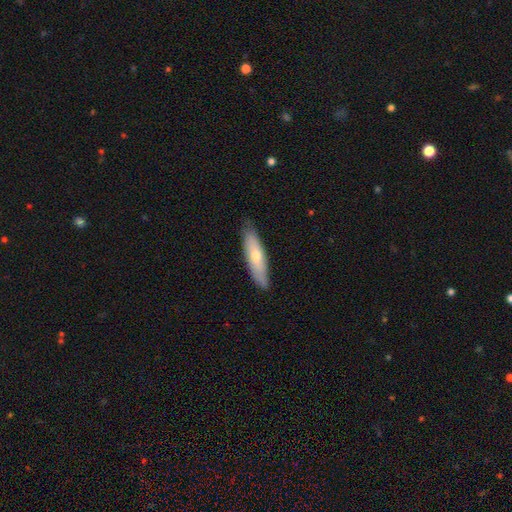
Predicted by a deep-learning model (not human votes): smooth_or_featured: smooth (p=0.57) [alt: featured or disk p=0.37]
how_rounded: cigar-shaped (p=0.68) [alt: in between p=0.30]
merging: none (p=0.82) [alt: minor disturbance p=0.14]